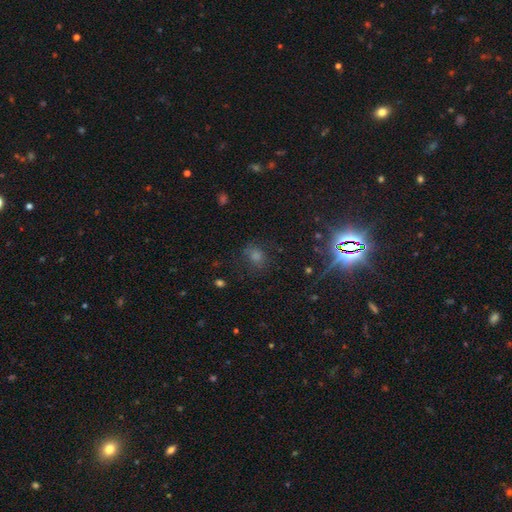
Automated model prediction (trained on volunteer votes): Morphology: type=star or artifact (50%).